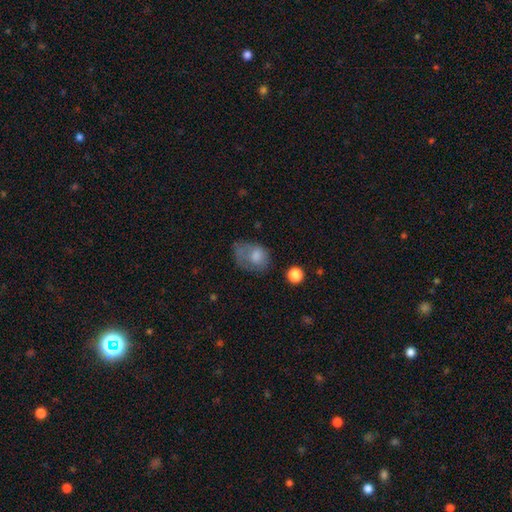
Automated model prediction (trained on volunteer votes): Smooth or featured?
  - smooth: 70% *
  - featured or disk: 20%
  - star or artifact: 10%
How rounded?
  - in between: 64% *
  - round: 35%
  - cigar-shaped: 1%
Merging?
  - major disturbance: 34% *
  - none: 31%
  - minor disturbance: 30%
  - merger: 4%